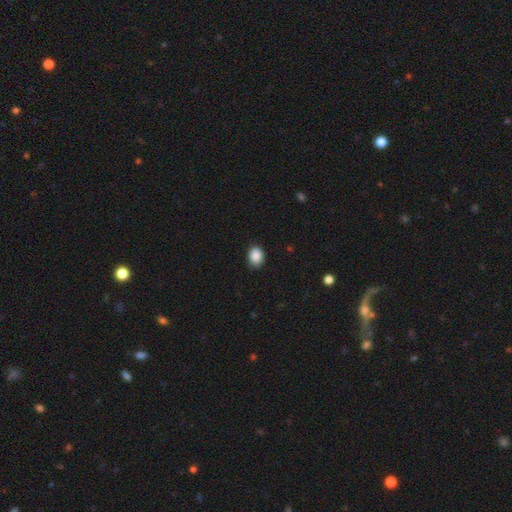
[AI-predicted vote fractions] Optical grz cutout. It shows a smooth galaxy with no disk features (89%) that is in between round and cigar-shaped (67%). Merging: none (82%).